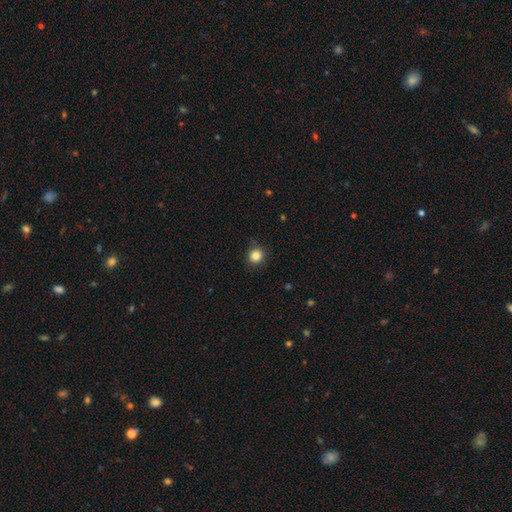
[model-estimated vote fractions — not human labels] Smooth or featured? Predicted: smooth (p=0.84). How rounded? Predicted: round (p=0.88). Merging? Predicted: none (p=0.86).